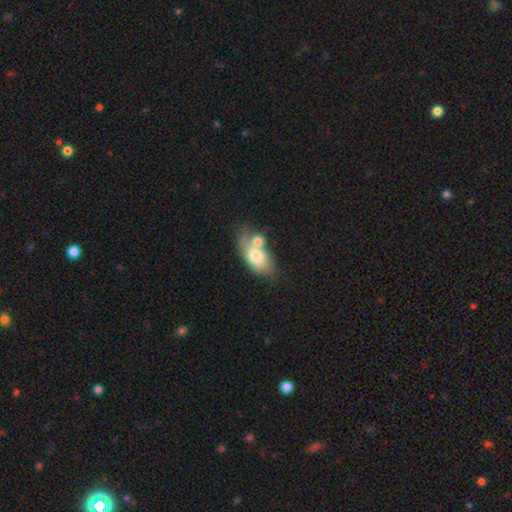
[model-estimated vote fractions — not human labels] Smooth or featured?
  - smooth: 64% *
  - featured or disk: 29%
  - star or artifact: 7%
How rounded?
  - in between: 87% *
  - round: 10%
  - cigar-shaped: 3%
Merging?
  - merger: 59% *
  - none: 20%
  - minor disturbance: 12%
  - major disturbance: 9%